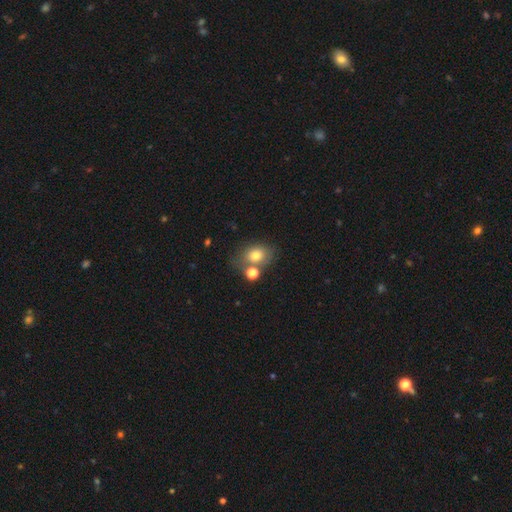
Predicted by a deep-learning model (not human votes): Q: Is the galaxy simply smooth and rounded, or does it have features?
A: smooth — 76%.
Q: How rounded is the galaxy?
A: in between — 61%.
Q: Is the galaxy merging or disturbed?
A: none — 58%.